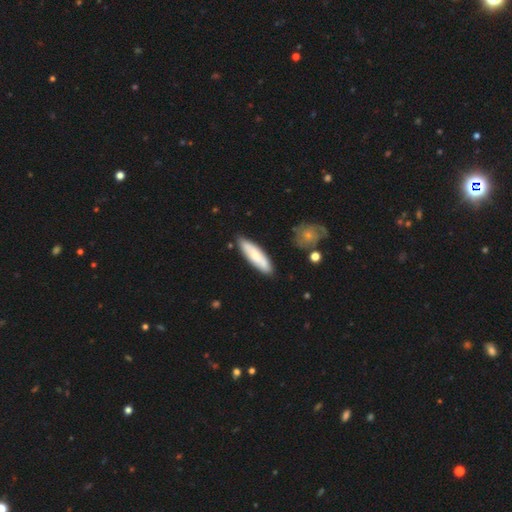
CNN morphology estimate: This is likely a smooth galaxy (72%). How rounded: likely cigar-shaped (68%). Merging: clearly none (82%).